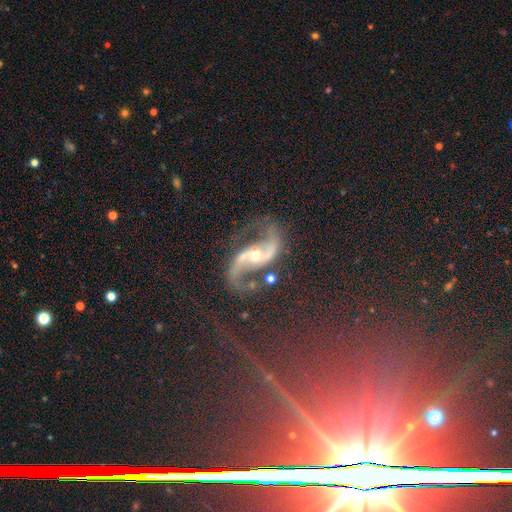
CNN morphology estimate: Smooth or featured? featured or disk (88%)
Edge-on disk? no (97%)
Bar? no (44%)
Spiral arms? yes (97%)
Spiral winding? loose (64%)
Spiral arm count? 2 (95%)
Bulge size? small (49%)
Merging? none (71%)